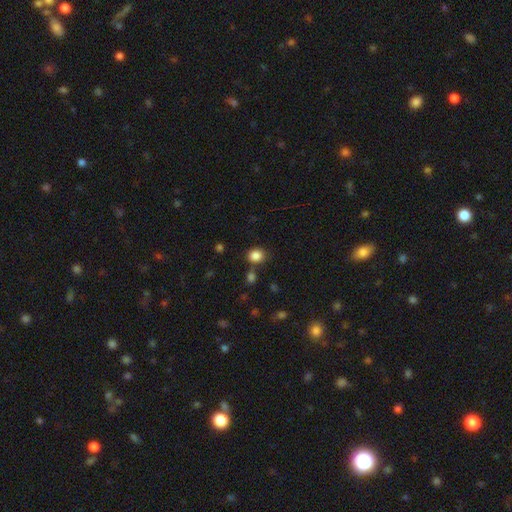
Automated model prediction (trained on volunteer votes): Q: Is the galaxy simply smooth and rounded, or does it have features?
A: smooth — 85%.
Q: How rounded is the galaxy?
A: round — 64%.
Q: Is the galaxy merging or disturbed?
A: none — 76%.